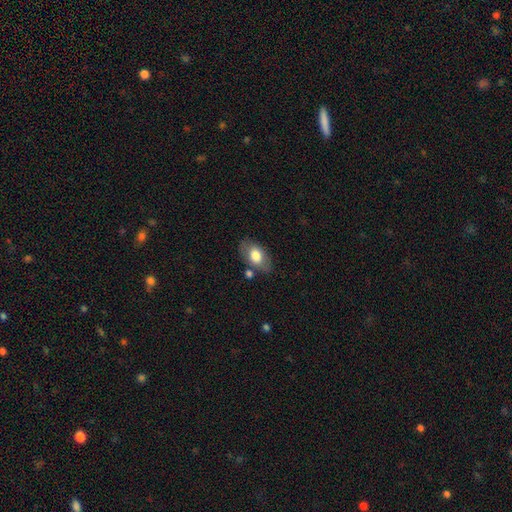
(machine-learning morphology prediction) Q: Smooth or featured?
A: smooth (72%); runner-up: featured or disk (21%)
Q: How rounded?
A: in between (90%); runner-up: round (9%)
Q: Merging?
A: none (72%); runner-up: minor disturbance (16%)